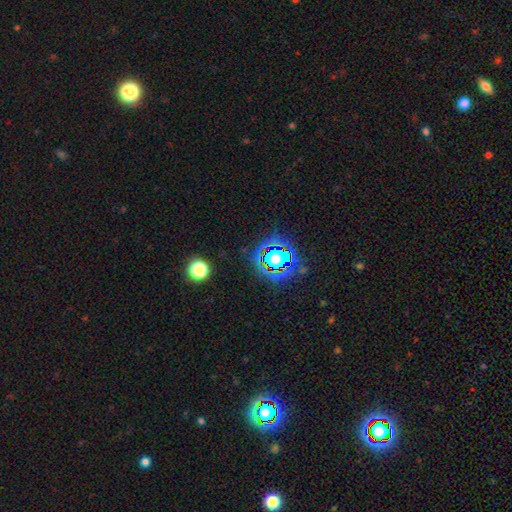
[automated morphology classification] A star or artifact, not a galaxy (81%).

Vote fractions:
- Smooth or featured? star or artifact: 81% / smooth: 11% / featured or disk: 8%